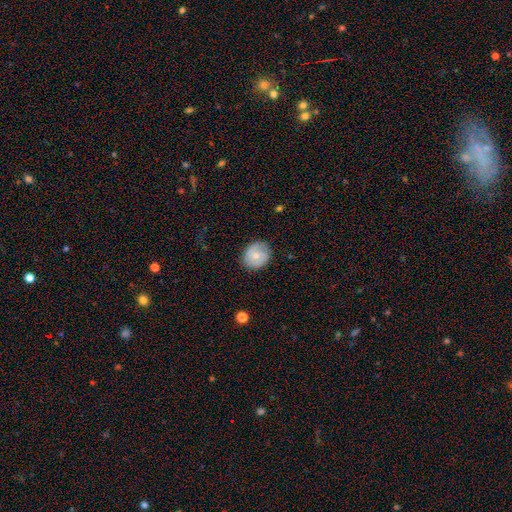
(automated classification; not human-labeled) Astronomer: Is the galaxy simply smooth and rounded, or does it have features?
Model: smooth — 53% (runner-up: featured or disk, 39%).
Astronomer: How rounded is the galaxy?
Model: round — 72%.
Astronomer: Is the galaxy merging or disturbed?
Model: none — 76%.